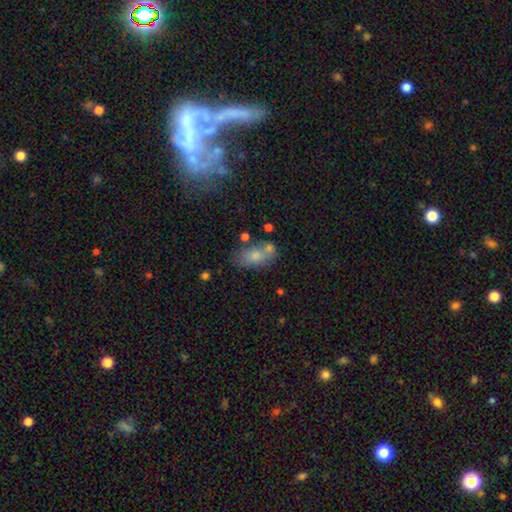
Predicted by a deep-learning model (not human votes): smooth 76%, featured or disk 16%, star or artifact 8%. Down the decision tree: how rounded — in between (89%); merging — none (54%).